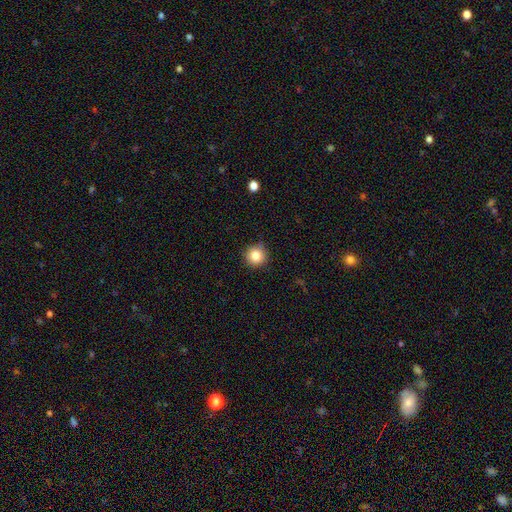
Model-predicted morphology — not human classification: Smooth or featured?
  - smooth: 83% *
  - star or artifact: 11%
  - featured or disk: 6%
How rounded?
  - round: 93% *
  - in between: 6%
  - cigar-shaped: 1%
Merging?
  - none: 84% *
  - minor disturbance: 12%
  - major disturbance: 2%
  - merger: 1%